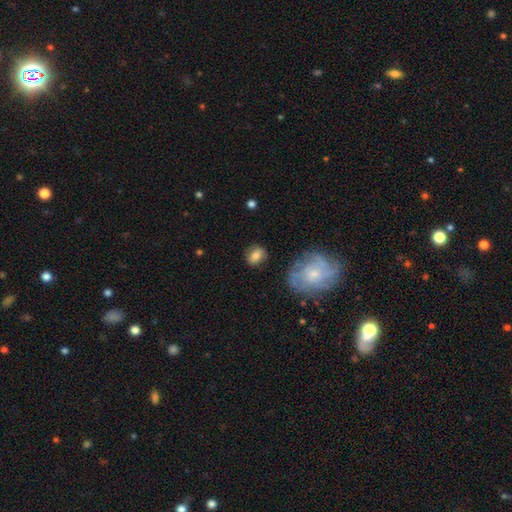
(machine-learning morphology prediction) A smooth galaxy with no disk features (73%) that is round (52%).

Vote fractions:
- Smooth or featured? smooth: 73% / featured or disk: 19% / star or artifact: 8%
- How rounded? round: 52% / in between: 46% / cigar-shaped: 2%
- Merging? none: 81% / minor disturbance: 13% / major disturbance: 4% / merger: 2%